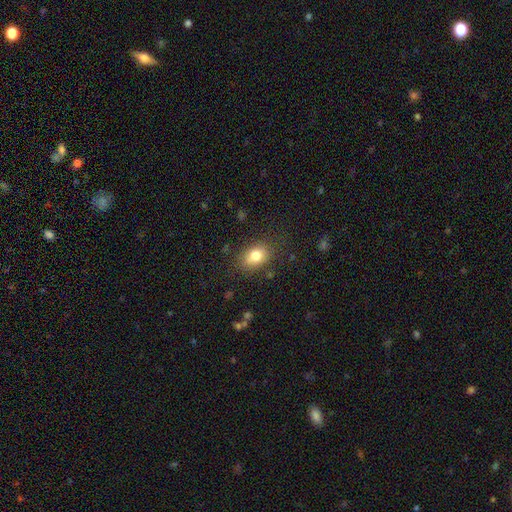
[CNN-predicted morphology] Q: Smooth or featured?
A: smooth (81%); runner-up: featured or disk (10%)
Q: How rounded?
A: in between (73%); runner-up: round (25%)
Q: Merging?
A: none (77%); runner-up: minor disturbance (16%)